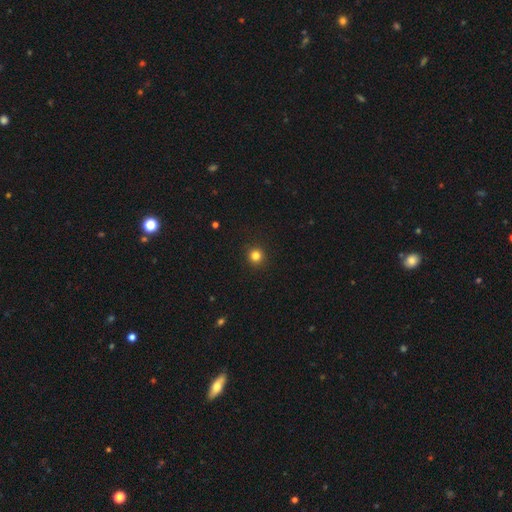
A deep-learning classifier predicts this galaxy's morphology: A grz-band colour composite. It shows a smooth galaxy with no disk features (82%) that is round (95%). Merging: none (93%).